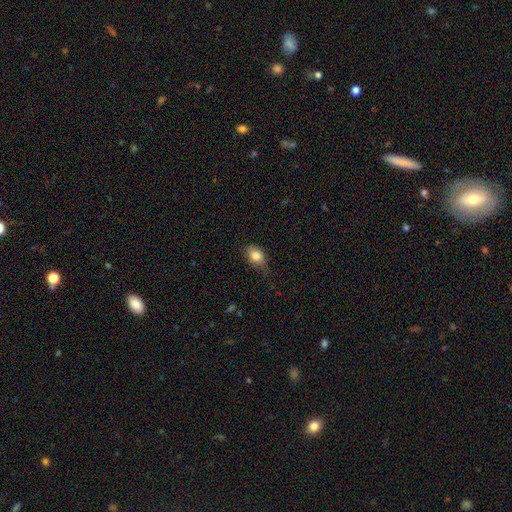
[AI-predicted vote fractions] Smooth or featured? Predicted: smooth (p=0.83). How rounded? Predicted: in between (p=0.74). Merging? Predicted: none (p=0.63).